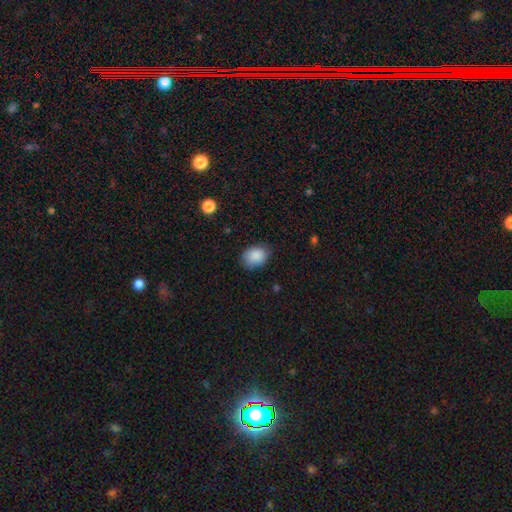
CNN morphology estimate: Overall: smooth (88%). How rounded: in between (64%; round 35%). Merging: none (78%).